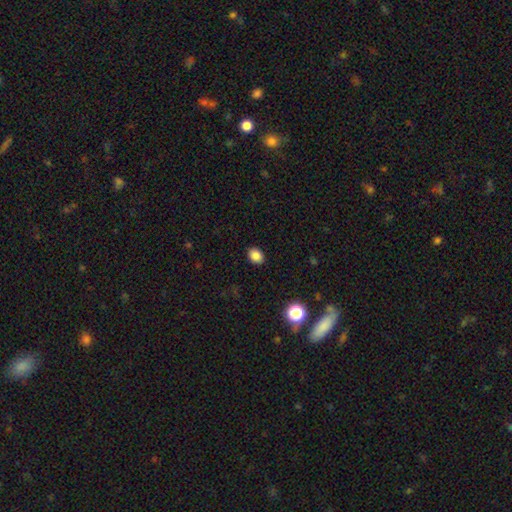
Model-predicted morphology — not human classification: The model was most divided on "how rounded": in between: 60%, round: 39%, cigar-shaped: 1%. More confident: merging — none (89%); smooth or featured — smooth (85%).